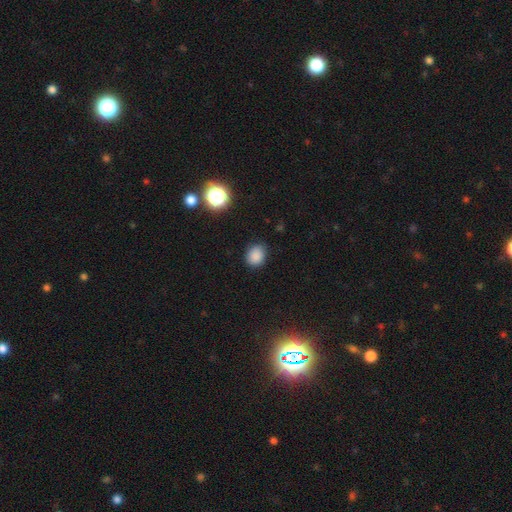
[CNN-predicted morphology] A smooth galaxy with no disk features (84%) that is round (57%).

Vote fractions:
- Smooth or featured? smooth: 84% / star or artifact: 12% / featured or disk: 4%
- How rounded? round: 57% / in between: 42% / cigar-shaped: 1%
- Merging? none: 79% / minor disturbance: 16% / major disturbance: 3% / merger: 1%